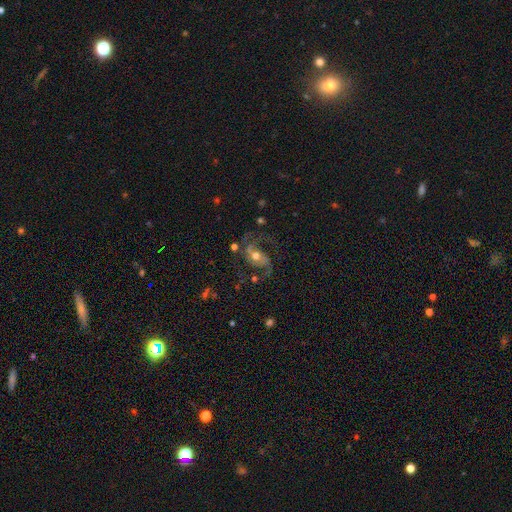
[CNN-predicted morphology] featured or disk 84%, smooth 8%, star or artifact 8%. Down the decision tree: edge-on disk — no (97%); bar — no (45%); spiral arms — yes (95%); spiral arm count — 2 (86%); spiral winding — medium (49%); bulge size — moderate (69%); merging — none (63%).